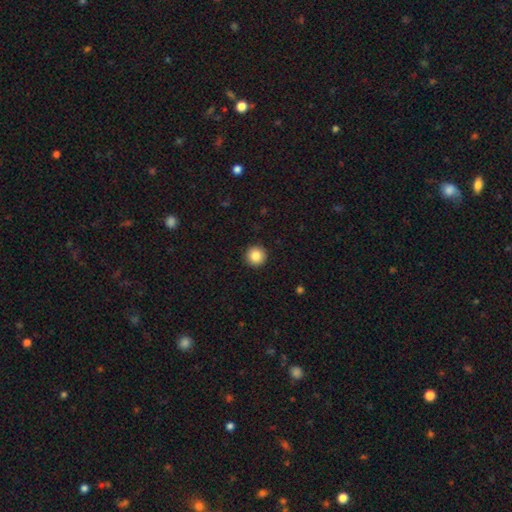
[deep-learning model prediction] A smooth galaxy with no disk features (86%) that is round (96%). Merging: none (93%).